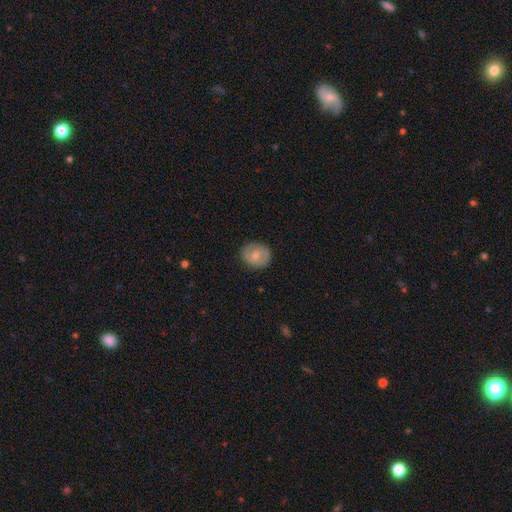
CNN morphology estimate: smooth_or_featured: smooth (p=0.59) [alt: featured or disk p=0.34]
how_rounded: round (p=0.75) [alt: in between p=0.24]
merging: none (p=0.84) [alt: minor disturbance p=0.12]